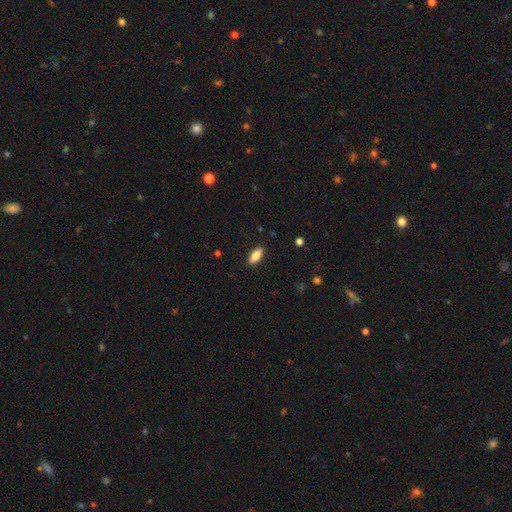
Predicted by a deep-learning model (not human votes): A smooth galaxy with no disk features (80%) that is in between round and cigar-shaped (78%). Merging: none (89%).